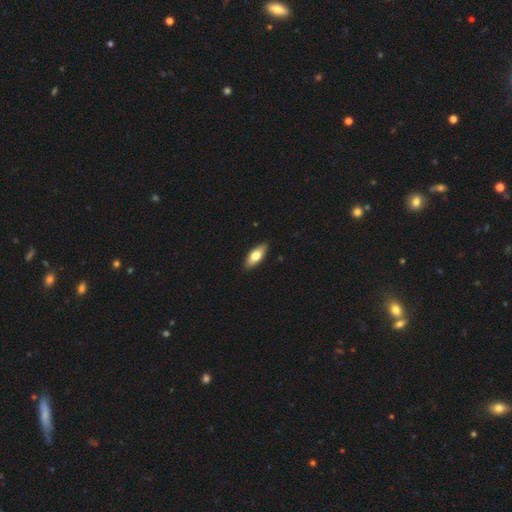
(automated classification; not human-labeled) Smooth or featured? Predicted: smooth (p=0.74). How rounded? Predicted: in between (p=0.82). Merging? Predicted: none (p=0.89).